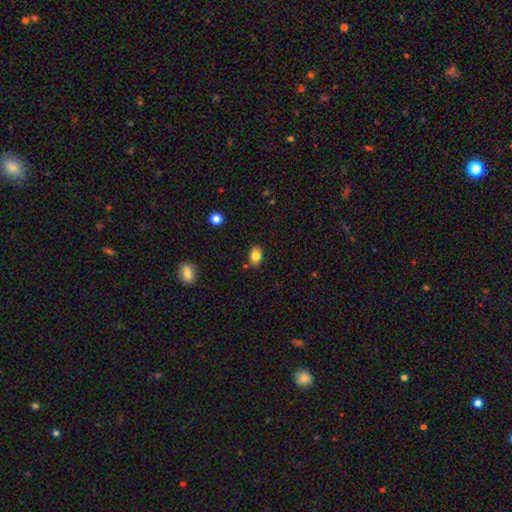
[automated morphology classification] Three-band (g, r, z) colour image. It shows a smooth galaxy with no disk features (84%) that is in between round and cigar-shaped (82%). Merging: none (84%).